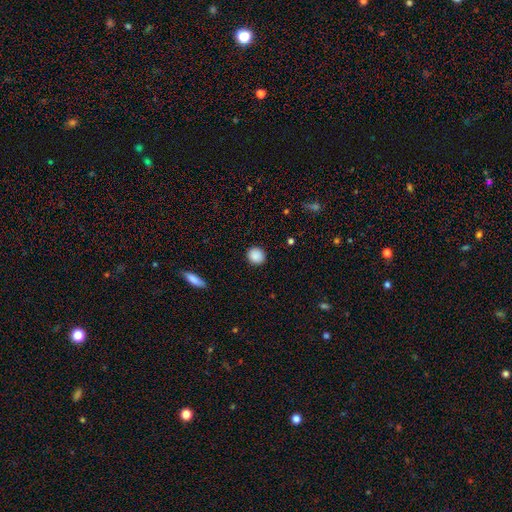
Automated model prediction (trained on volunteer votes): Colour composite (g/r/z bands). It shows a smooth galaxy with no disk features (88%) that is round (85%). Merging: none (90%).